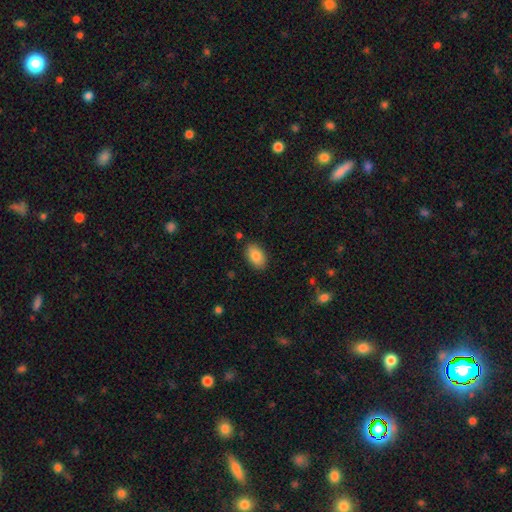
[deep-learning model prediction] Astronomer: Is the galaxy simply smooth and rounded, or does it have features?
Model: smooth — 85%.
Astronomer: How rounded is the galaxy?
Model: in between — 92%.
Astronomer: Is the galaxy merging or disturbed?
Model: none — 86%.